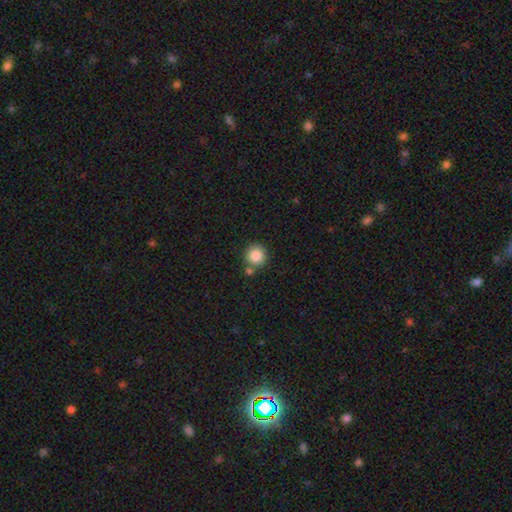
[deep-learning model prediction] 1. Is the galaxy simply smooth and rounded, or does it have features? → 86% smooth, 9% star or artifact, 4% featured or disk.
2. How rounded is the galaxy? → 92% round, 7% in between, 1% cigar-shaped.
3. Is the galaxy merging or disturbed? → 76% none, 12% merger, 10% minor disturbance, 3% major disturbance.